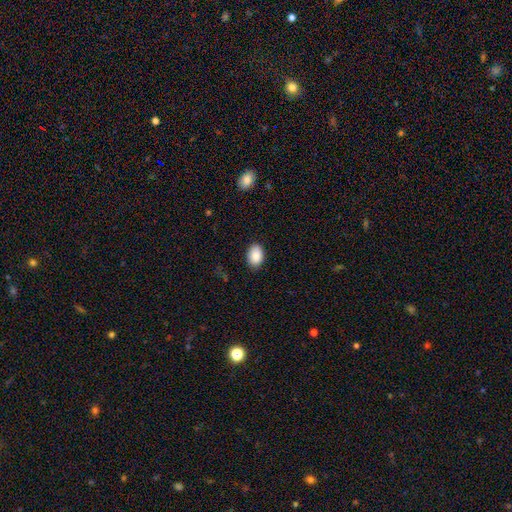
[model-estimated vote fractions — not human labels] Morphology: type=smooth (88%); roundness=in between (86%); merging=none (86%).